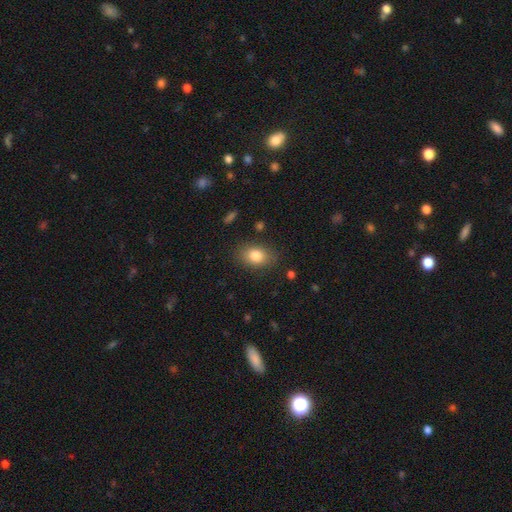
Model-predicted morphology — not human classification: Q: Smooth or featured?
A: smooth (82%); runner-up: featured or disk (9%)
Q: How rounded?
A: in between (76%); runner-up: round (23%)
Q: Merging?
A: none (83%); runner-up: minor disturbance (12%)